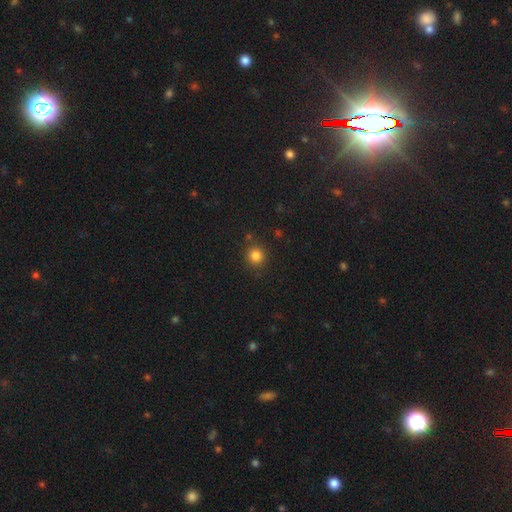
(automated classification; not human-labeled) Smooth or featured?
  - smooth: 83% *
  - star or artifact: 13%
  - featured or disk: 4%
How rounded?
  - round: 91% *
  - in between: 8%
  - cigar-shaped: 1%
Merging?
  - none: 86% *
  - minor disturbance: 8%
  - merger: 3%
  - major disturbance: 3%